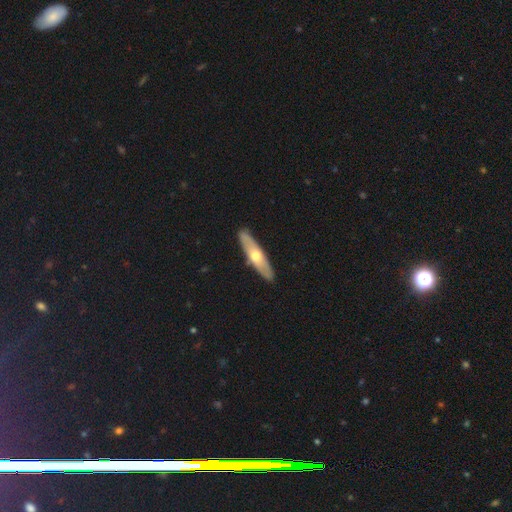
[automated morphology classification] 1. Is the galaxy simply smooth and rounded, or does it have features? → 54% featured or disk, 41% smooth, 5% star or artifact.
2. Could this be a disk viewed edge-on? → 71% yes, 29% no.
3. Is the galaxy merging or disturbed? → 90% none, 7% minor disturbance, 2% major disturbance, 1% merger.